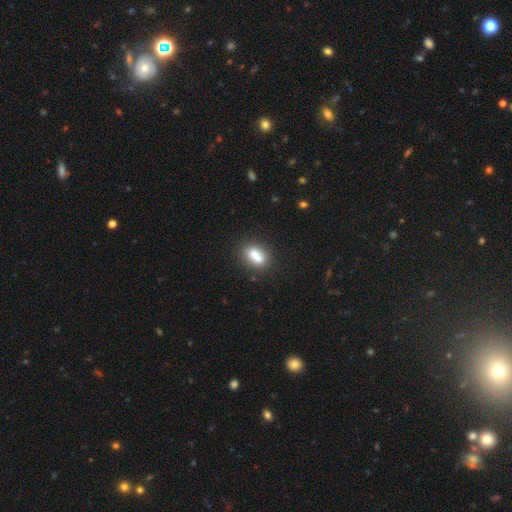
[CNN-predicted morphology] smooth 77%, featured or disk 13%, star or artifact 9%. Down the decision tree: how rounded — in between (69%); merging — none (76%).